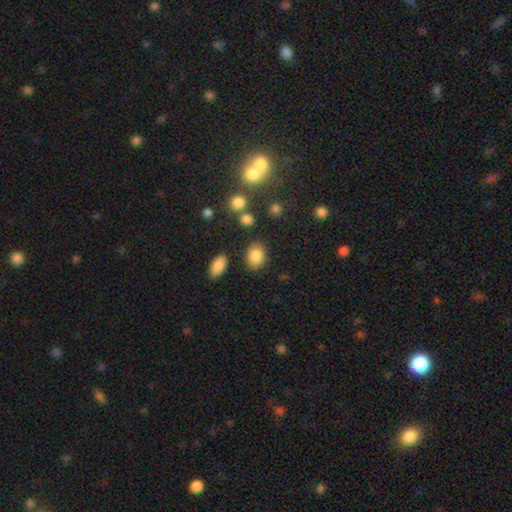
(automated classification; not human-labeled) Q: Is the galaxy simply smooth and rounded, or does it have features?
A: smooth — 84%.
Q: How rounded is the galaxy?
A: in between — 69%.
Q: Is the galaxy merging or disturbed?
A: none — 81%.